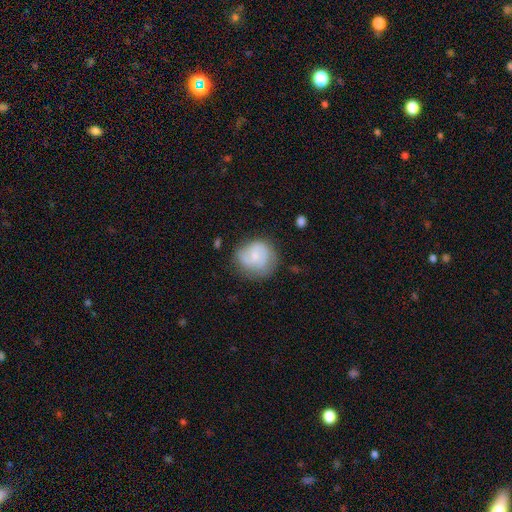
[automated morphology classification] The model was most divided on "smooth or featured": smooth: 47%, featured or disk: 46%, star or artifact: 7%. More confident: merging — none (61%).